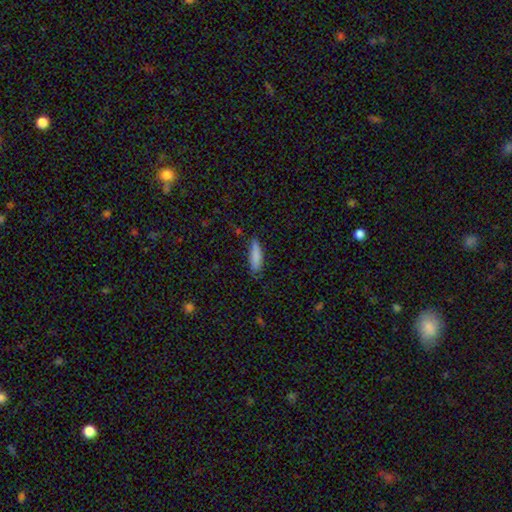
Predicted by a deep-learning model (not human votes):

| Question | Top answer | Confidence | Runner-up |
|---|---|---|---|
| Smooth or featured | smooth | 83% | featured or disk (10%) |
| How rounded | cigar-shaped | 59% | in between (39%) |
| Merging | none | 72% | minor disturbance (22%) |